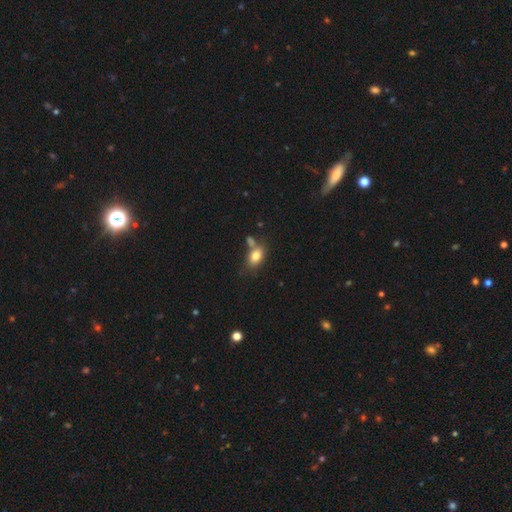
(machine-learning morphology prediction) This appears to be a smooth galaxy with no disk features (80%) that is in between round and cigar-shaped (85%). Merging: none (54%).